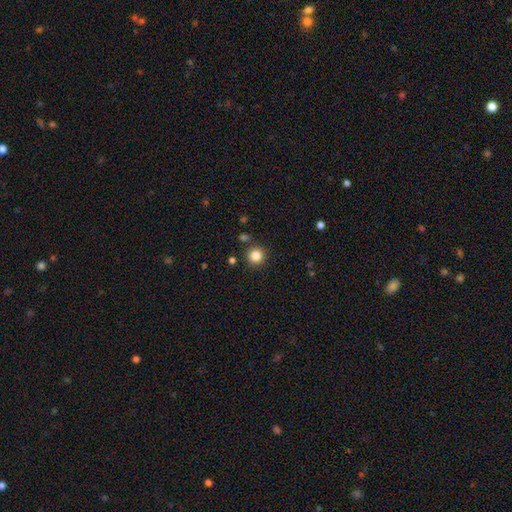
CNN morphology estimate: smooth_or_featured: smooth (p=0.84) [alt: star or artifact p=0.12]
how_rounded: round (p=0.95) [alt: in between p=0.04]
merging: none (p=0.88) [alt: minor disturbance p=0.06]